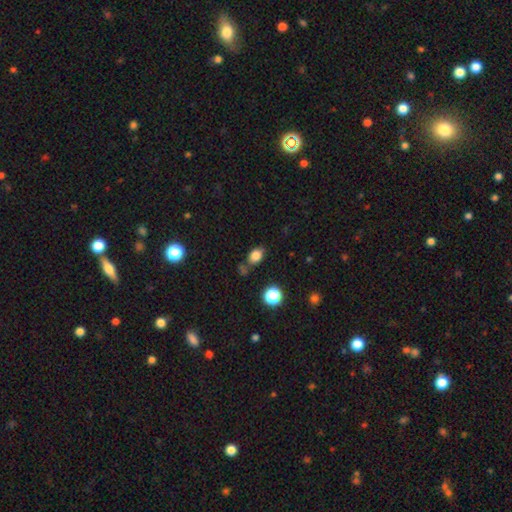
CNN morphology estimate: smooth 81%, star or artifact 13%, featured or disk 6%. Down the decision tree: how rounded — in between (72%); merging — none (69%).